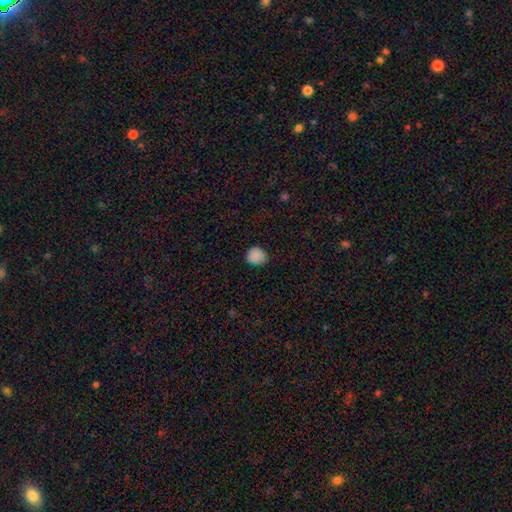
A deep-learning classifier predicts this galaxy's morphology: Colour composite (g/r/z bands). It shows a smooth galaxy with no disk features (86%) that is round (75%). Merging: none (78%).